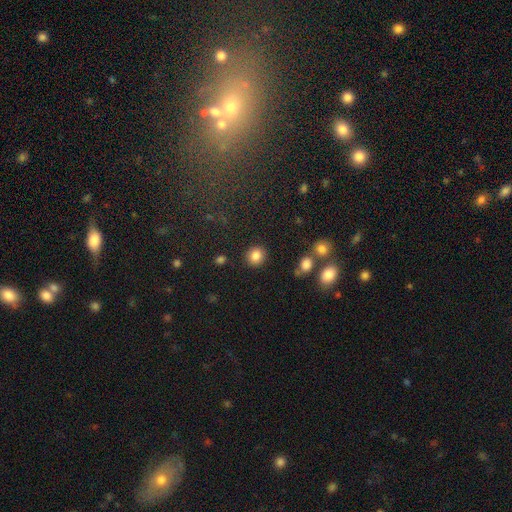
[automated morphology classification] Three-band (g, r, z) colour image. It shows a smooth galaxy with no disk features (84%) that is round (84%). Merging: none (89%).